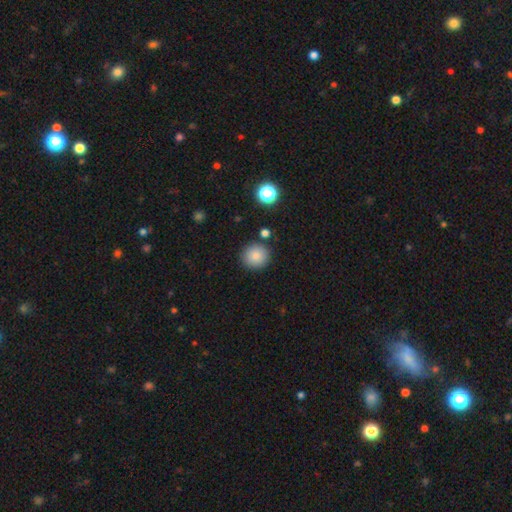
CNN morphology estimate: Smooth or featured? smooth (84%)
How rounded? round (90%)
Merging? none (87%)